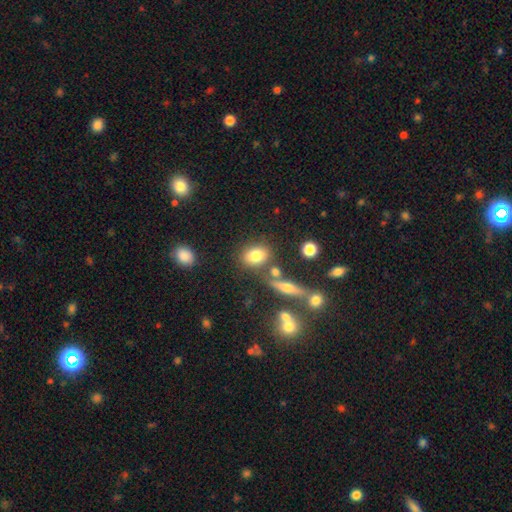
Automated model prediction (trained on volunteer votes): This appears to be a smooth galaxy with no disk features (77%) that is in between round and cigar-shaped (69%). Merging: none (69%).